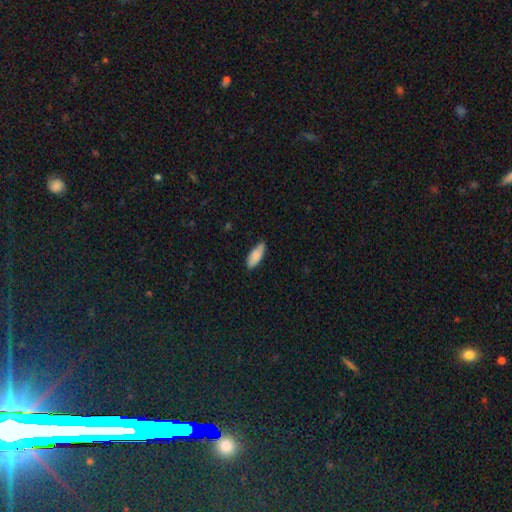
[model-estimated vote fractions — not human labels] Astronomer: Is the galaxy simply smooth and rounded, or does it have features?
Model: smooth — 85%.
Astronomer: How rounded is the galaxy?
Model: in between — 77%.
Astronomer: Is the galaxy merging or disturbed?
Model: none — 75%.